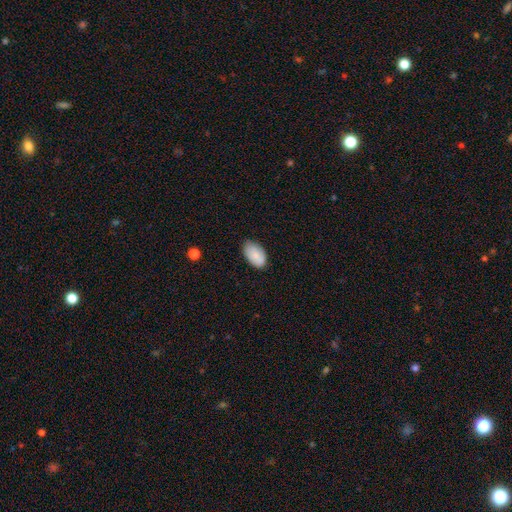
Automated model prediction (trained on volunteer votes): Q: Smooth or featured?
A: smooth (84%); runner-up: featured or disk (10%)
Q: How rounded?
A: in between (94%); runner-up: round (5%)
Q: Merging?
A: none (75%); runner-up: minor disturbance (20%)